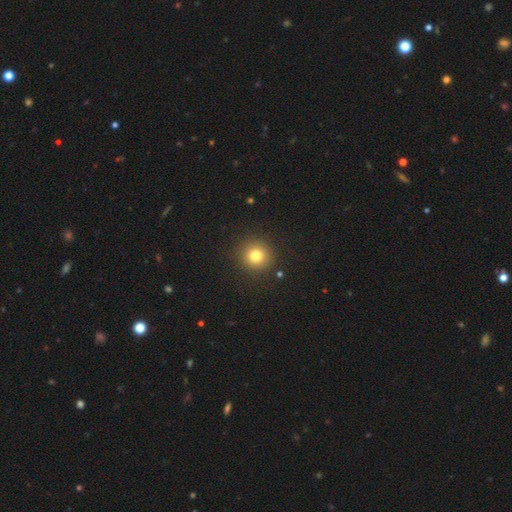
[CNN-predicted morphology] This is likely a smooth galaxy (79%). How rounded: clearly round (94%). Merging: clearly none (90%).